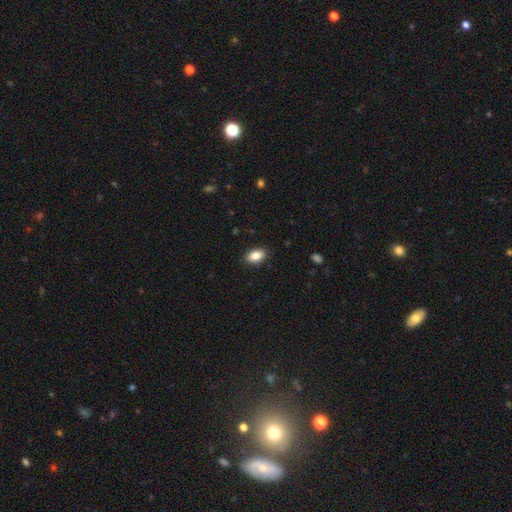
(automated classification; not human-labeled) Morphology: type=smooth (87%); roundness=in between (91%); merging=none (88%).